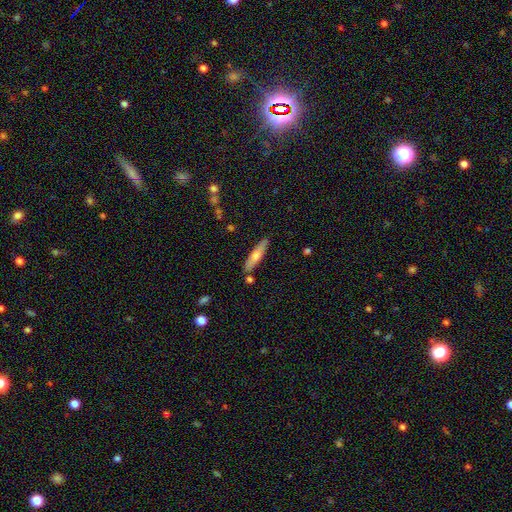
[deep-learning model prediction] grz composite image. It shows a smooth galaxy with no disk features (53%) that is cigar-shaped (80%). Merging: none (84%).